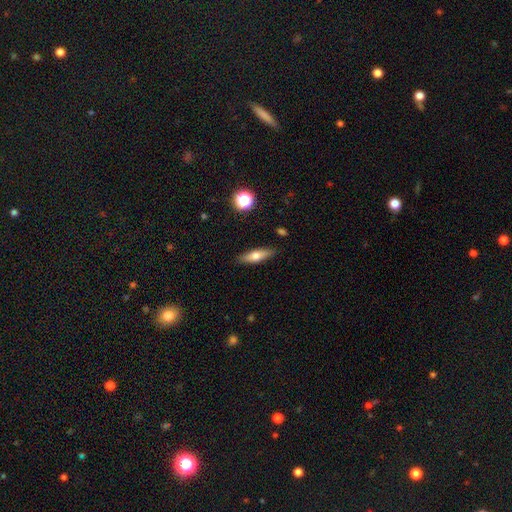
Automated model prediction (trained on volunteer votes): Smooth or featured? smooth (59%)
How rounded? cigar-shaped (57%)
Merging? none (87%)